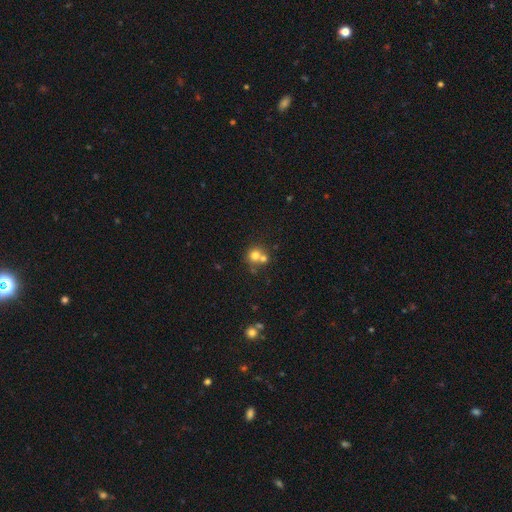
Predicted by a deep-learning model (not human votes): Smooth or featured? smooth (71%)
How rounded? round (87%)
Merging? merger (46%)